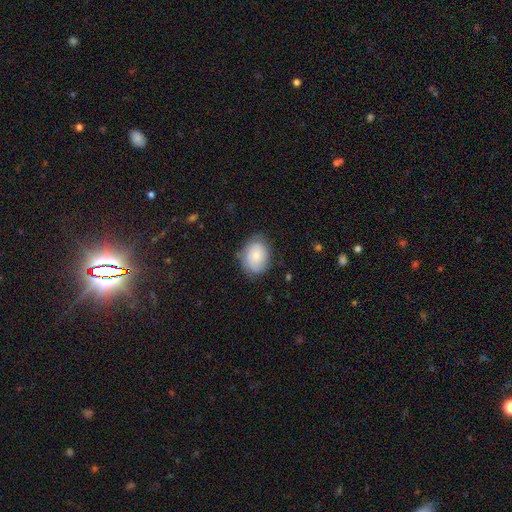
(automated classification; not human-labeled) The model was most divided on "how rounded": in between: 59%, round: 40%, cigar-shaped: 1%. More confident: smooth or featured — smooth (76%); merging — none (72%).